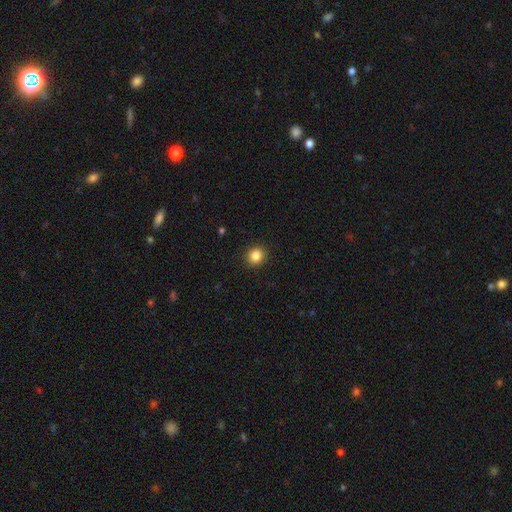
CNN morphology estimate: This is clearly a smooth galaxy (85%). How rounded: clearly round (83%). Merging: clearly none (92%).